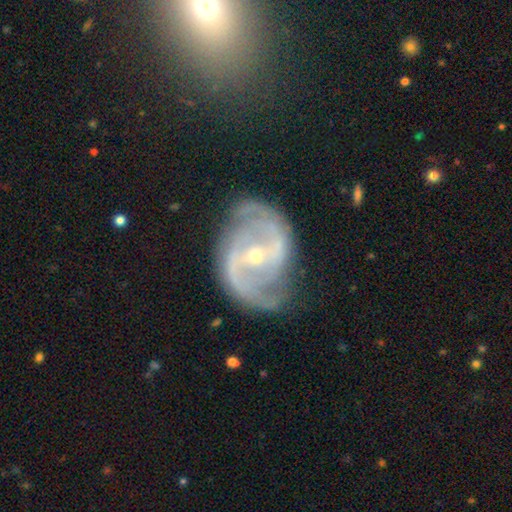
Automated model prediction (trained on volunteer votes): The model was most divided on "bar": weak: 41%, strong: 35%, no: 23%. More confident: edge-on disk — no (97%); spiral arms — yes (95%); smooth or featured — featured or disk (89%); spiral arm count — 2 (84%); merging — none (69%); bulge size — small (65%); spiral winding — medium (50%).